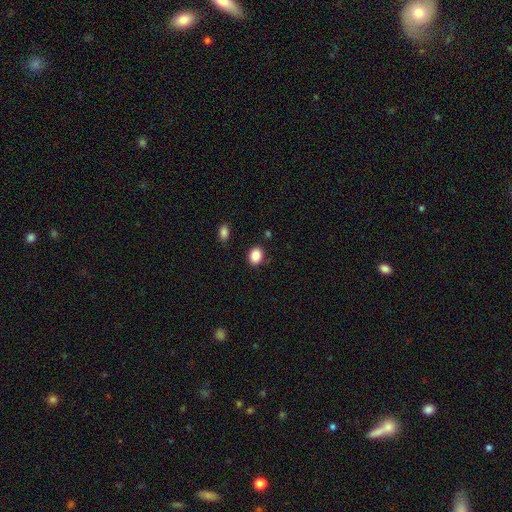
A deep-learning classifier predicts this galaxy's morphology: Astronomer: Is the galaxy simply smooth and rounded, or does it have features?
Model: smooth — 88%.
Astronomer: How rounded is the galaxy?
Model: in between — 61% (runner-up: round, 38%).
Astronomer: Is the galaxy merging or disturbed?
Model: none — 85%.